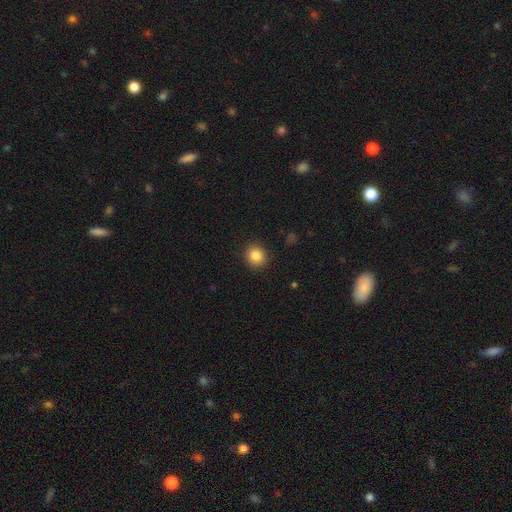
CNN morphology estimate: smooth-or-featured: smooth: 85% | star or artifact: 10% | featured or disk: 5%
  how-rounded: round: 83% | in between: 16% | cigar-shaped: 1%
  merging: none: 90% | minor disturbance: 6% | major disturbance: 2% | merger: 1%